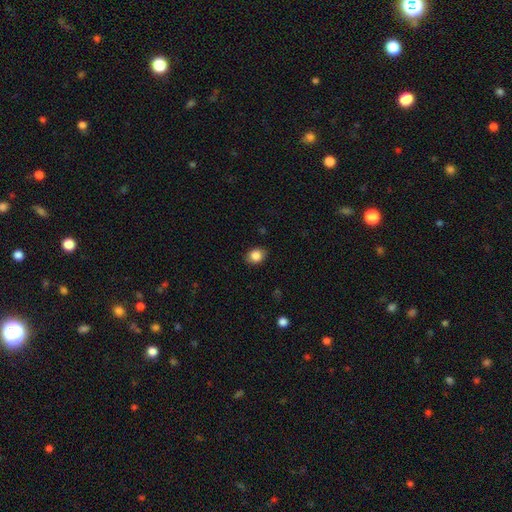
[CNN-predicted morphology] This is clearly a smooth galaxy (86%). How rounded: possibly round (55%). Merging: clearly none (86%).